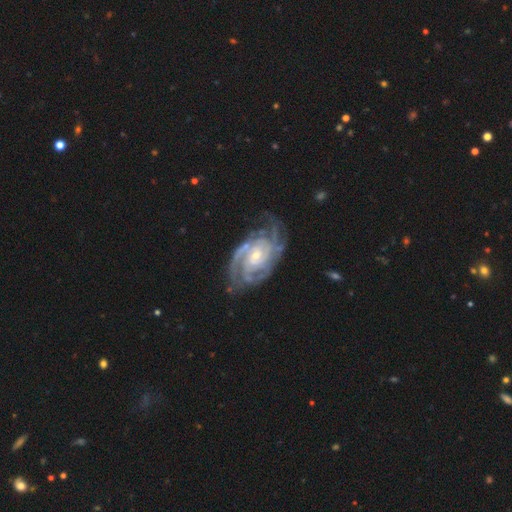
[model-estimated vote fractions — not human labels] This is clearly a featured or disk galaxy (92%). It is clearly not viewed edge-on (97%). Bar: possibly no (60%). Spiral arm pattern: clearly yes (98%). Spiral arm count: marginally 3 (26%). Spiral winding: likely tight (69%). Central bulge: possibly small (59%). Merging: likely none (70%).